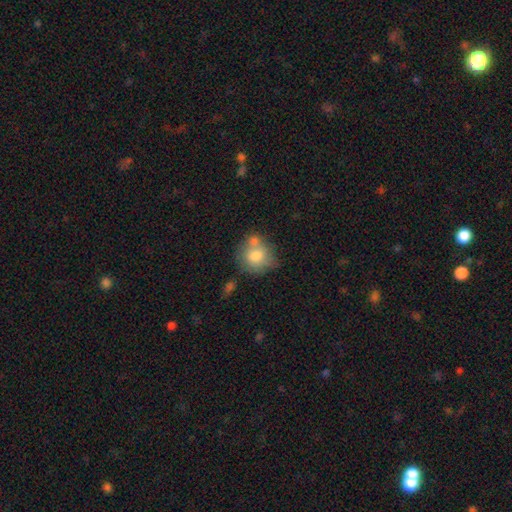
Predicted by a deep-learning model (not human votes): Smooth or featured: smooth — 74% (featured or disk — 17%)
How rounded: round — 79% (in between — 20%)
Merging: none — 48% (merger — 28%)